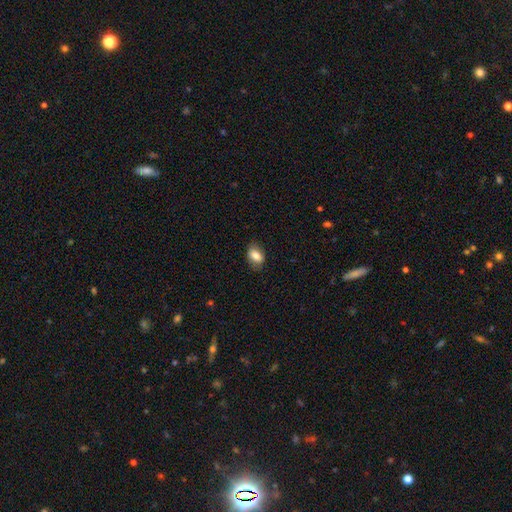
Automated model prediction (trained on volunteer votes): Overall: smooth (80%). How rounded: in between (85%). Merging: none (78%).